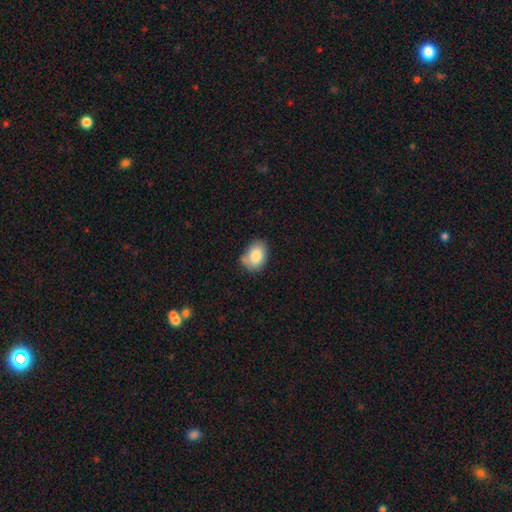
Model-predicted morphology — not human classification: Overall: smooth (84%). How rounded: in between (76%). Merging: none (63%; minor disturbance 26%).